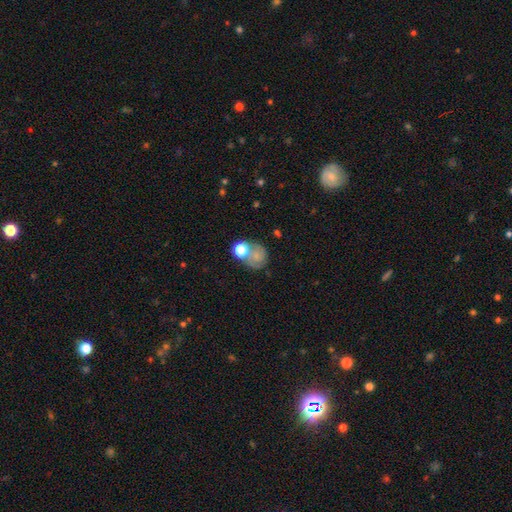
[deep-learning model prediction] A smooth galaxy with no disk features (57%) that is round (67%). Merging: none (40%).